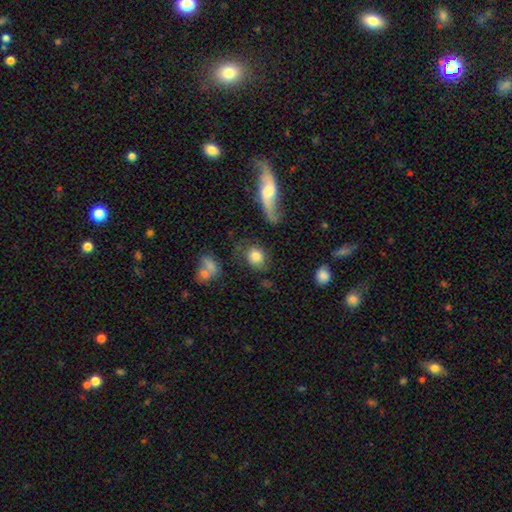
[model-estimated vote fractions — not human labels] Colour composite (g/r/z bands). It shows a smooth galaxy with no disk features (75%) that is round (51%). Merging: none (56%).